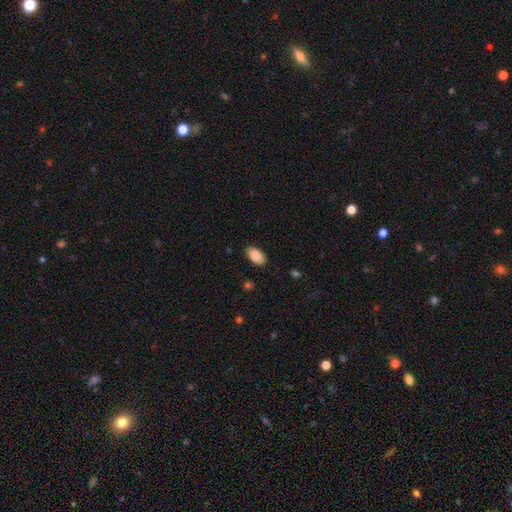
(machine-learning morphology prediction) smooth 89%, star or artifact 7%, featured or disk 4%. Down the decision tree: how rounded — in between (94%); merging — none (85%).